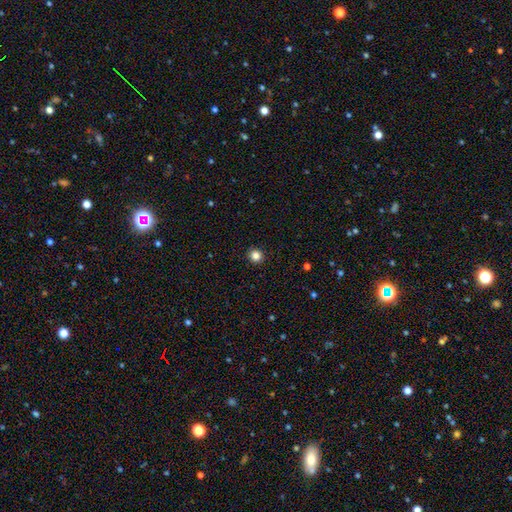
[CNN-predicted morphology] A smooth galaxy with no disk features (84%) that is round (93%). Merging: none (93%).